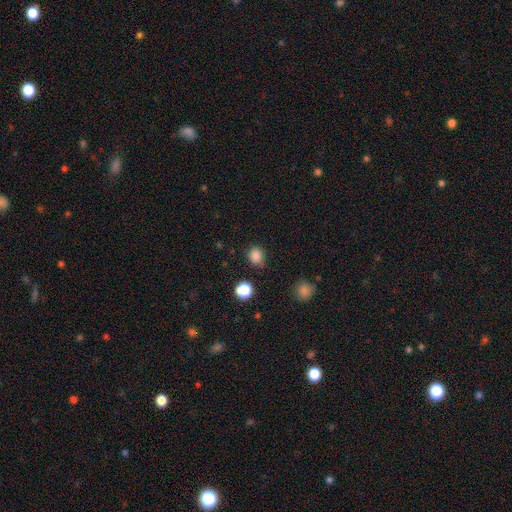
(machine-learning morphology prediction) This appears to be a smooth galaxy with no disk features (84%) that is round (74%). Merging: none (79%).